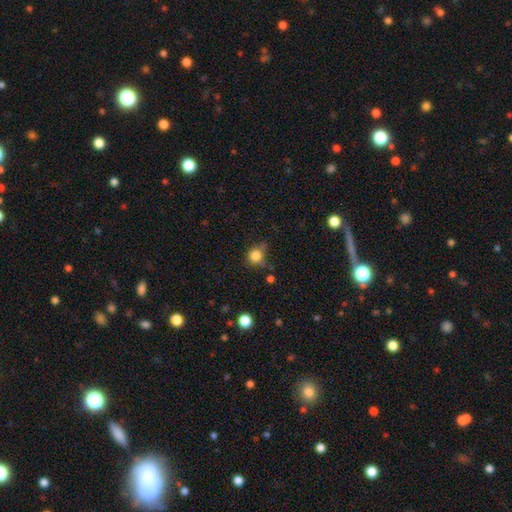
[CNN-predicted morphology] This appears to be a smooth galaxy with no disk features (82%) that is round (83%). Merging: none (58%).